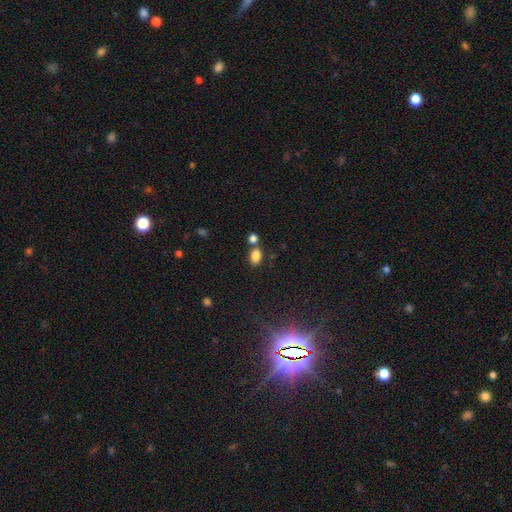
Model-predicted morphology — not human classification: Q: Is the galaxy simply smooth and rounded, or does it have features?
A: smooth — 83%.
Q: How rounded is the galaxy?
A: in between — 83%.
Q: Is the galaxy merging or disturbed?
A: none — 64%.